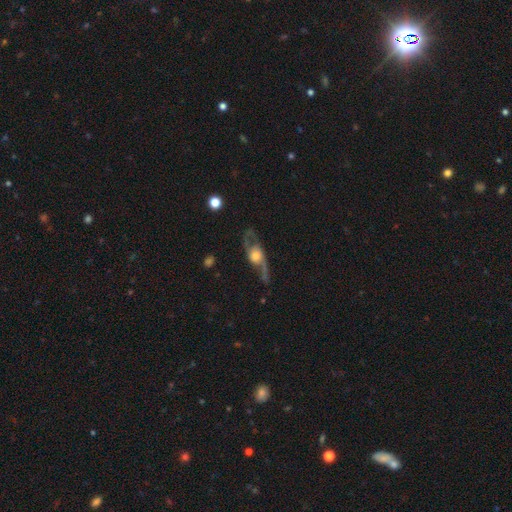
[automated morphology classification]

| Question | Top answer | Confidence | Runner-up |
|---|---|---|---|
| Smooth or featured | featured or disk | 77% | smooth (17%) |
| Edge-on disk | no | 74% | yes (26%) |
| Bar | no | 73% | weak (21%) |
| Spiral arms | yes | 83% | no (17%) |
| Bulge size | moderate | 46% | large (33%) |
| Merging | none | 59% | major disturbance (19%) |